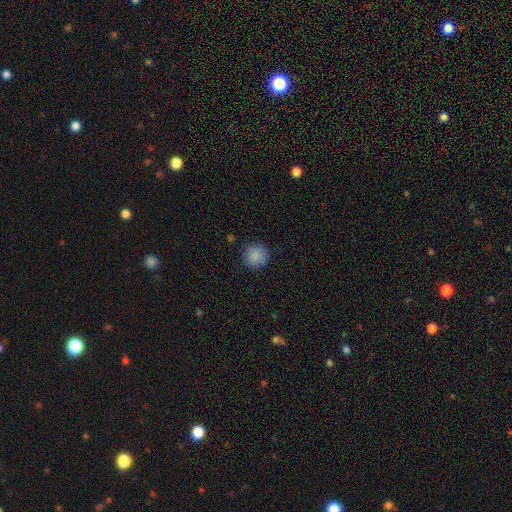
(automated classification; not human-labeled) Smooth or featured?
  - smooth: 87% *
  - star or artifact: 9%
  - featured or disk: 4%
How rounded?
  - round: 91% *
  - in between: 8%
  - cigar-shaped: 1%
Merging?
  - none: 84% *
  - minor disturbance: 12%
  - major disturbance: 3%
  - merger: 1%